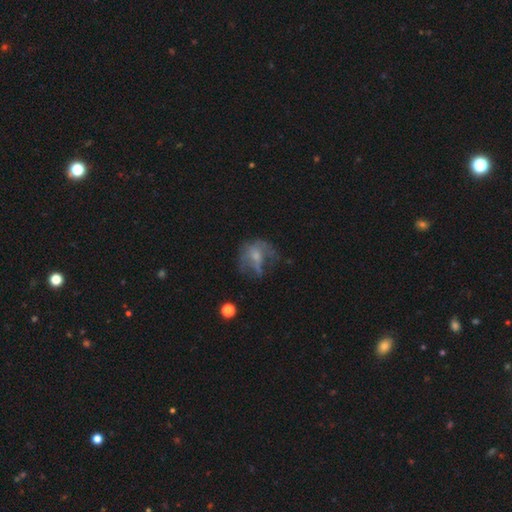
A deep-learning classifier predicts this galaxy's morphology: Smooth or featured? Predicted: featured or disk (p=0.44). Merging? Predicted: major disturbance (p=0.40).